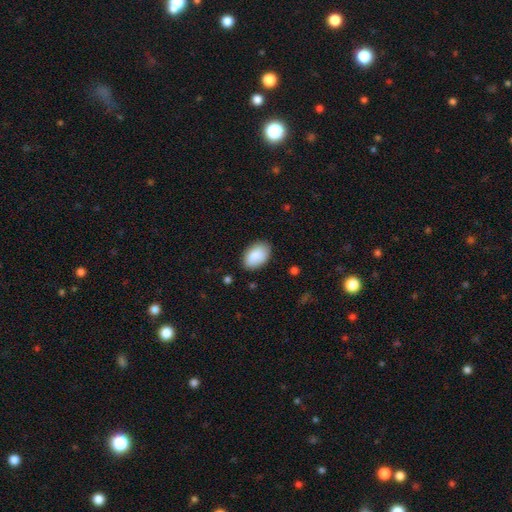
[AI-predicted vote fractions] Smooth or featured?
  - smooth: 88% *
  - star or artifact: 6%
  - featured or disk: 6%
How rounded?
  - in between: 91% *
  - round: 7%
  - cigar-shaped: 1%
Merging?
  - none: 83% *
  - minor disturbance: 13%
  - major disturbance: 3%
  - merger: 1%